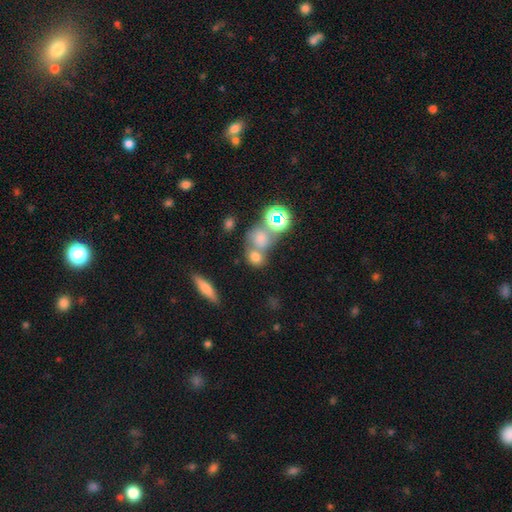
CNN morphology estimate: Q: Smooth or featured?
A: smooth (65%); runner-up: star or artifact (23%)
Q: How rounded?
A: round (68%); runner-up: in between (29%)
Q: Merging?
A: none (45%); runner-up: merger (40%)